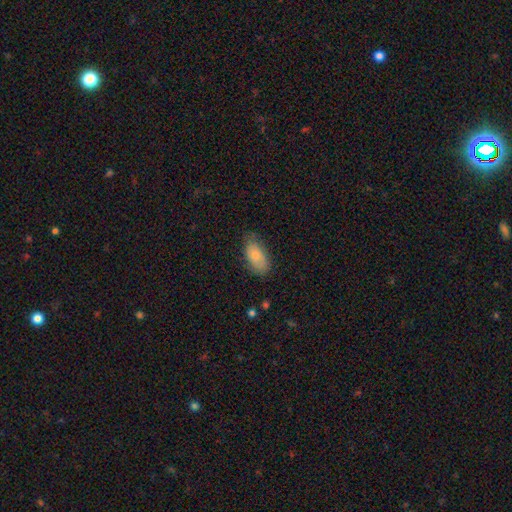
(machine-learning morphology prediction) The model was most divided on "merging": none: 70%, minor disturbance: 24%, major disturbance: 5%, merger: 1%. More confident: how rounded — in between (93%); smooth or featured — smooth (80%).